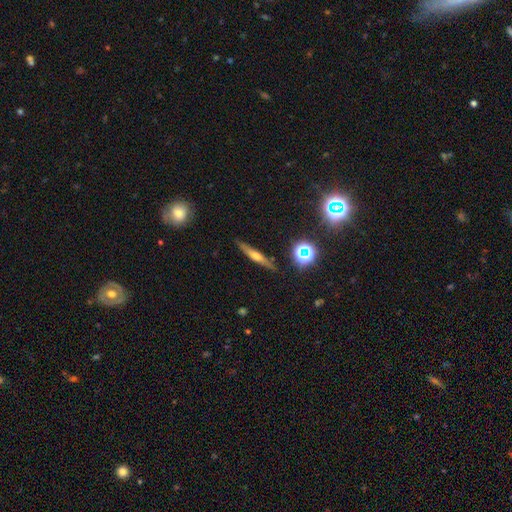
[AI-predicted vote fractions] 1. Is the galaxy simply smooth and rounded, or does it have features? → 58% featured or disk, 29% smooth, 13% star or artifact.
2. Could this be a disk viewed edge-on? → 95% yes, 5% no.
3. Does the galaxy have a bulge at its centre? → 79% rounded, 11% none, 10% boxy.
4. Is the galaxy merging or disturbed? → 88% none, 9% minor disturbance, 2% major disturbance, 2% merger.